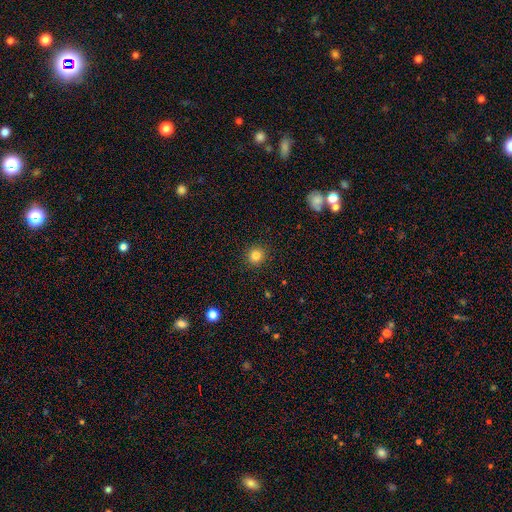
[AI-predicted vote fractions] smooth_or_featured: smooth (p=0.82) [alt: star or artifact p=0.12]
how_rounded: round (p=0.92) [alt: in between p=0.07]
merging: none (p=0.92) [alt: minor disturbance p=0.05]